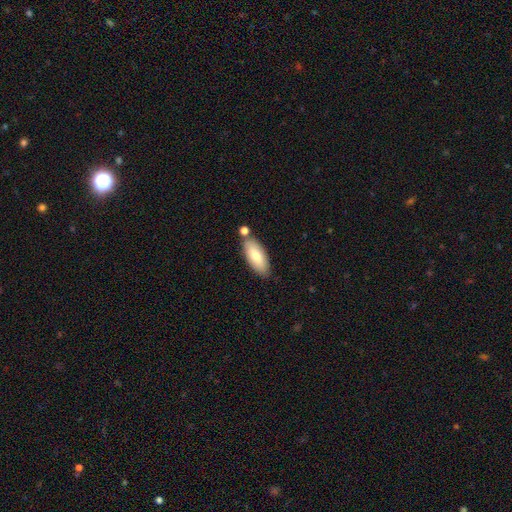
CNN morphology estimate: Smooth or featured? Predicted: smooth (p=0.77). How rounded? Predicted: in between (p=0.80). Merging? Predicted: none (p=0.73).